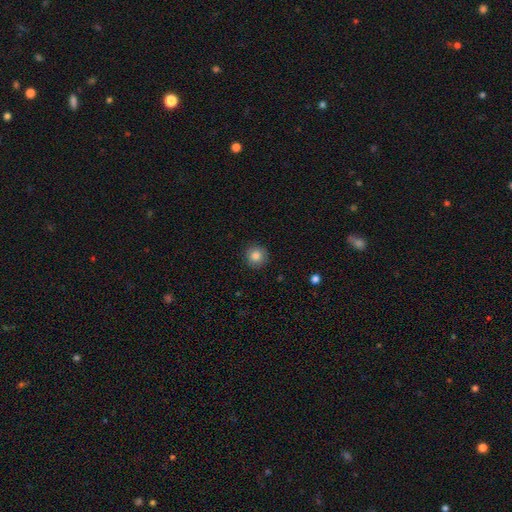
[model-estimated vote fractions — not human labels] Q: Smooth or featured?
A: smooth (85%); runner-up: star or artifact (9%)
Q: How rounded?
A: round (94%); runner-up: in between (5%)
Q: Merging?
A: none (90%); runner-up: minor disturbance (7%)